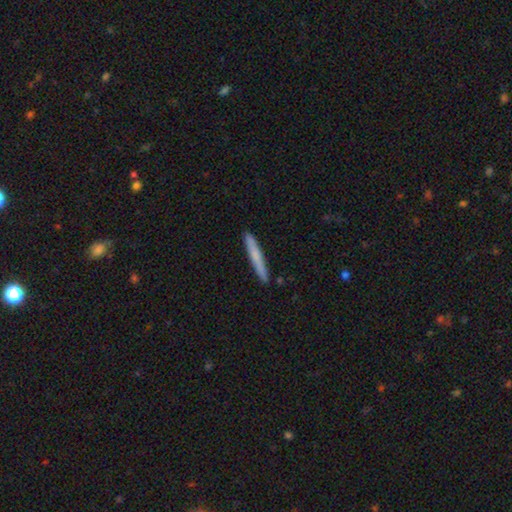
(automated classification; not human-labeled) smooth-or-featured: smooth: 67% | featured or disk: 27% | star or artifact: 6%
  how-rounded: cigar-shaped: 96% | in between: 2% | round: 1%
  merging: none: 90% | minor disturbance: 8% | major disturbance: 1% | merger: 1%